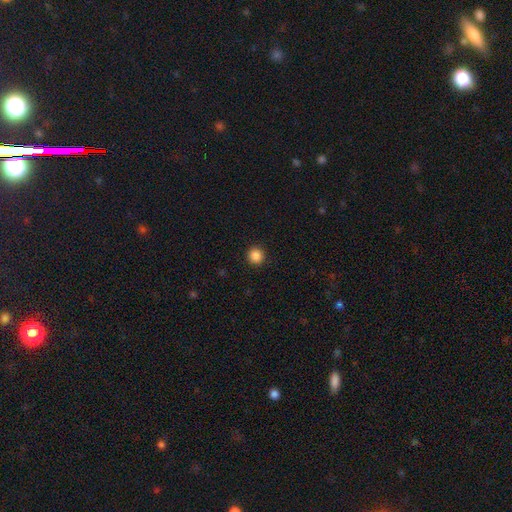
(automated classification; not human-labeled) smooth 87%, star or artifact 11%, featured or disk 3%. Down the decision tree: how rounded — round (95%); merging — none (93%).